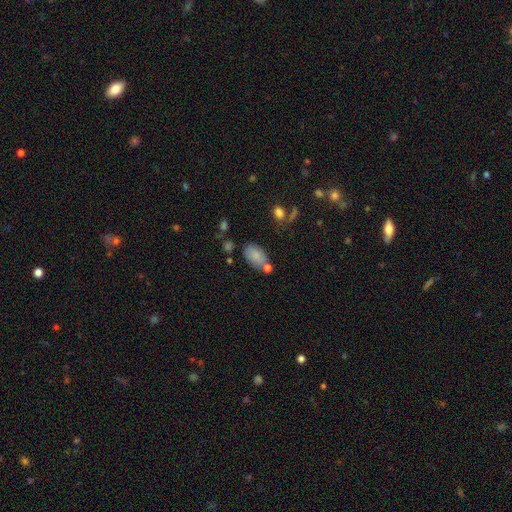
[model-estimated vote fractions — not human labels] This appears to be a smooth galaxy with no disk features (82%) that is in between round and cigar-shaped (92%). Merging: none (62%).